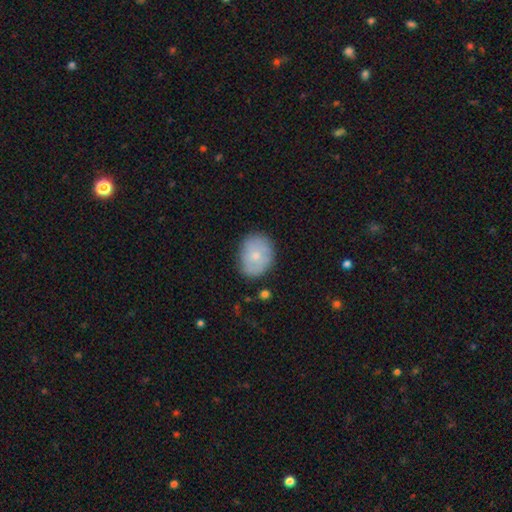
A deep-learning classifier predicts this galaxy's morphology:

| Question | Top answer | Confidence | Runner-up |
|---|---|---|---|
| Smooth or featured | smooth | 64% | featured or disk (29%) |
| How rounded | in between | 53% | round (46%) |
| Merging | none | 73% | minor disturbance (20%) |